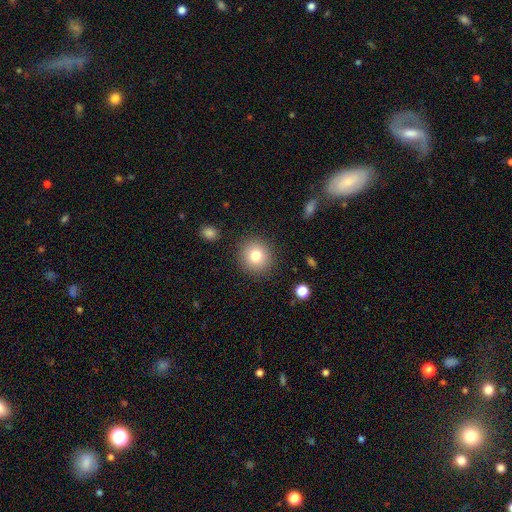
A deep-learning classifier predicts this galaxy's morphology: Q: Smooth or featured?
A: smooth (80%); runner-up: star or artifact (10%)
Q: How rounded?
A: round (90%); runner-up: in between (9%)
Q: Merging?
A: none (89%); runner-up: minor disturbance (7%)